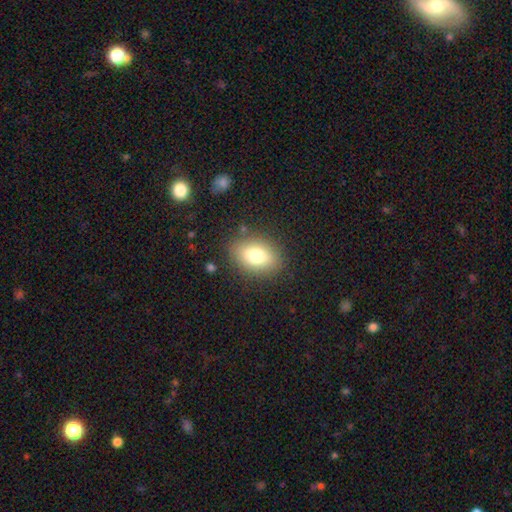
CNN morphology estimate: This is likely a smooth galaxy (80%). How rounded: clearly in between (83%). Merging: clearly none (84%).